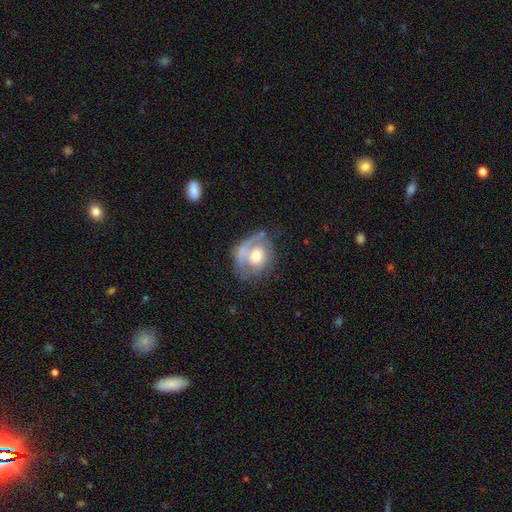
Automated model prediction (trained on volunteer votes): This appears to be a featured or disk galaxy (55%) with no bar (78%), spiral arms (55%) and a moderate central bulge (61%). Merging: none (43%).